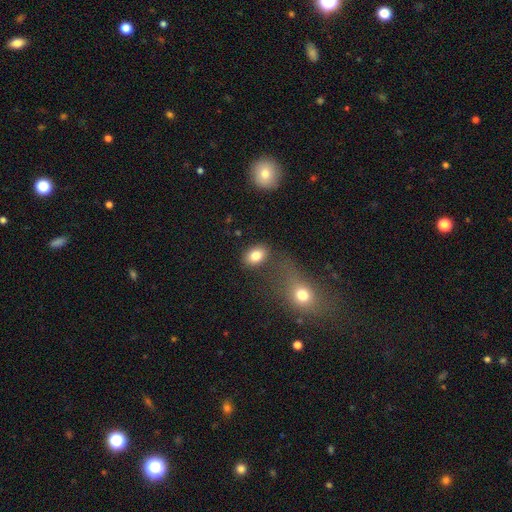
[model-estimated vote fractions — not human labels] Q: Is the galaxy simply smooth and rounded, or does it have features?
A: smooth — 82%.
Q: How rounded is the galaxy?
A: in between — 76%.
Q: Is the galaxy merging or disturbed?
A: none — 72%.